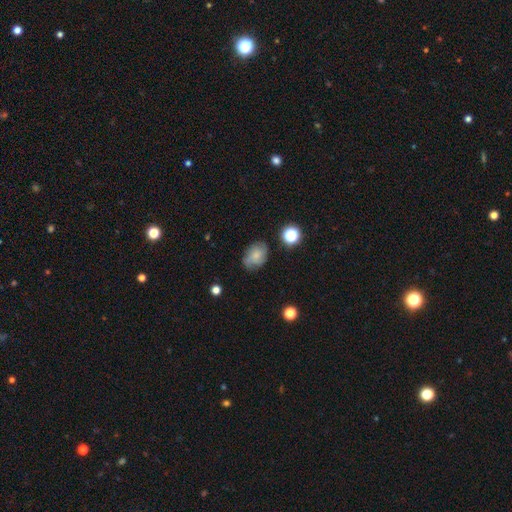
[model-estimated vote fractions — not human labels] smooth_or_featured: smooth (p=0.53) [alt: featured or disk p=0.35]
how_rounded: in between (p=0.67) [alt: round p=0.32]
merging: none (p=0.65) [alt: minor disturbance p=0.24]